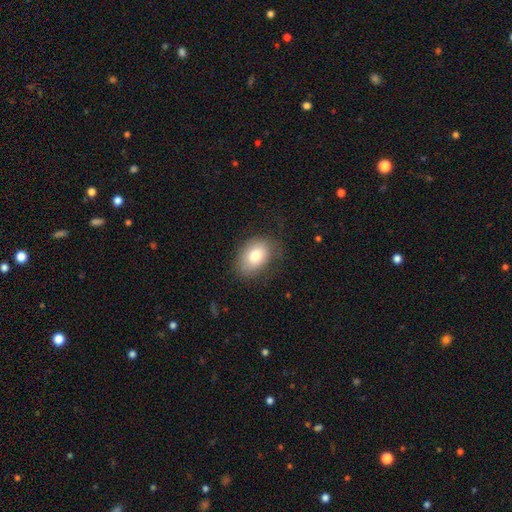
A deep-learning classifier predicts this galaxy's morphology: Smooth or featured? smooth (79%)
How rounded? in between (79%)
Merging? none (70%)